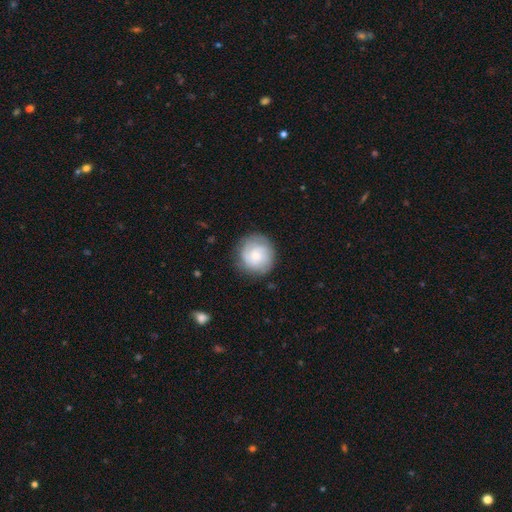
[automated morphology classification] Smooth or featured? smooth (48%)
Merging? none (81%)